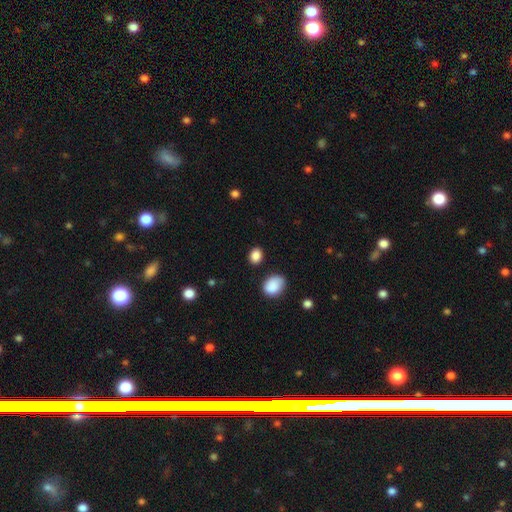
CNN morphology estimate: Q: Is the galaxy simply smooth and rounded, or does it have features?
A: smooth — 87%.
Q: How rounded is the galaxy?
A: in between — 57%.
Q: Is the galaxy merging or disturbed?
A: none — 82%.